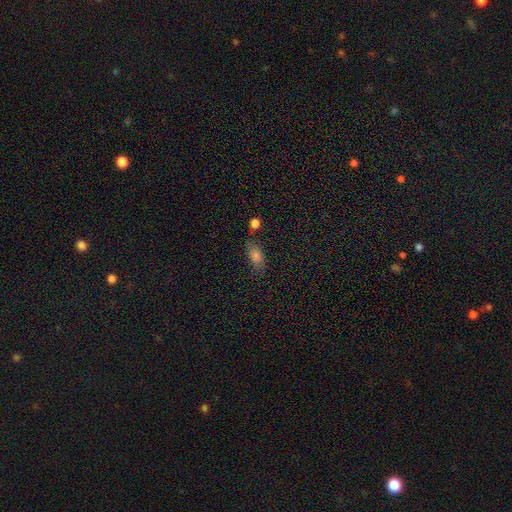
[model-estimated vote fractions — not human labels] smooth_or_featured: smooth (p=0.63) [alt: star or artifact p=0.20]
how_rounded: in between (p=0.75) [alt: cigar-shaped p=0.13]
merging: none (p=0.64) [alt: minor disturbance p=0.20]